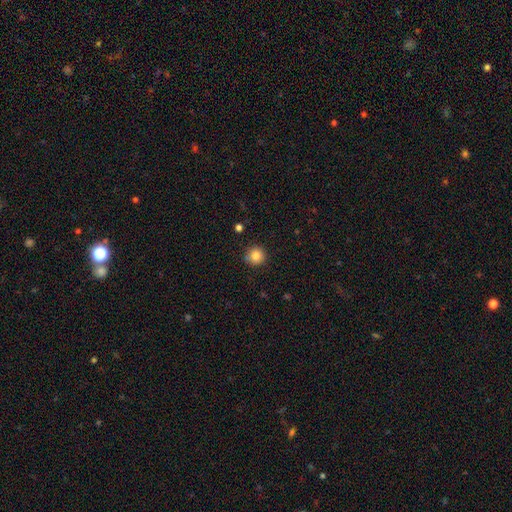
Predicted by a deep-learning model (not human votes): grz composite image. It shows a smooth galaxy with no disk features (84%) that is round (94%). Merging: none (87%).